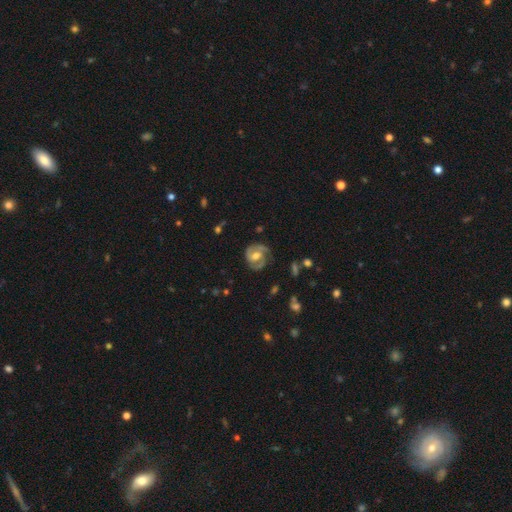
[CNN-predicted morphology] type=featured or disk (82%); edge-on=no (98%); bar=weak (47%); spiral arms=yes (94%); winding=medium (47%); arm count=2 (83%); bulge=moderate (68%); merging=none (73%).